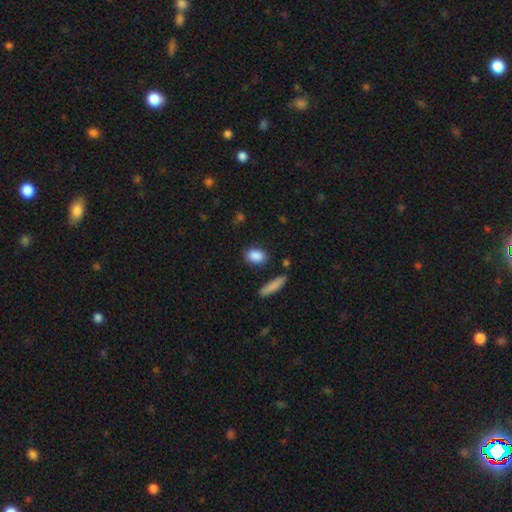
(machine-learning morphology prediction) Overall: smooth (88%). How rounded: in between (81%). Merging: none (82%).